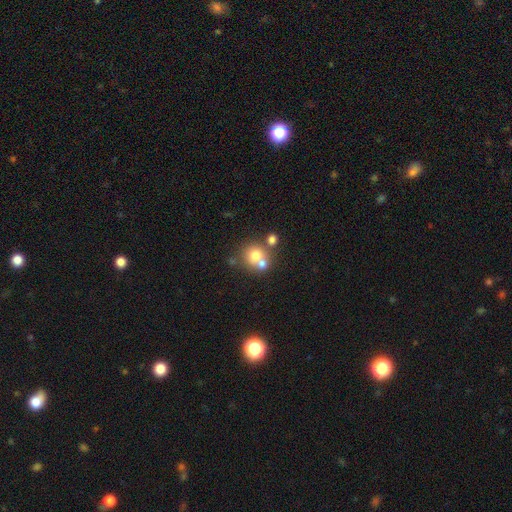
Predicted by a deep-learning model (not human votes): Overall: smooth (69%). How rounded: round (85%). Merging: merger (45%; none 44%).